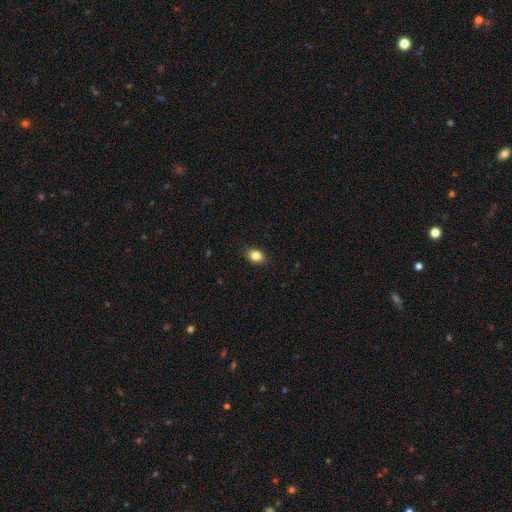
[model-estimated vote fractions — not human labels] This appears to be a smooth galaxy with no disk features (85%) that is in between round and cigar-shaped (74%). Merging: none (89%).